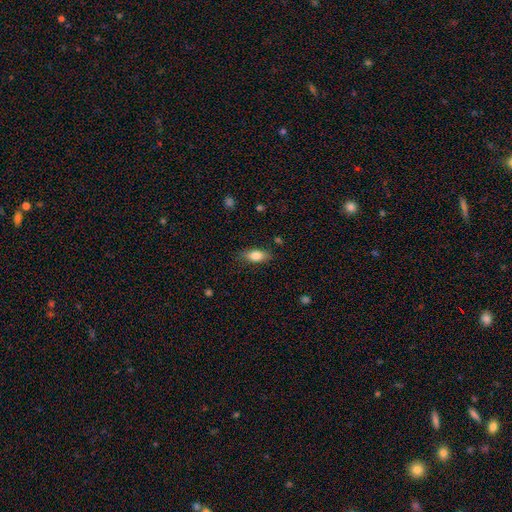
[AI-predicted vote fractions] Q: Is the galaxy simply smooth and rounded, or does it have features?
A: smooth — 81%.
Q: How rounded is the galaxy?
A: in between — 84%.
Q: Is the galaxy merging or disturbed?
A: none — 83%.